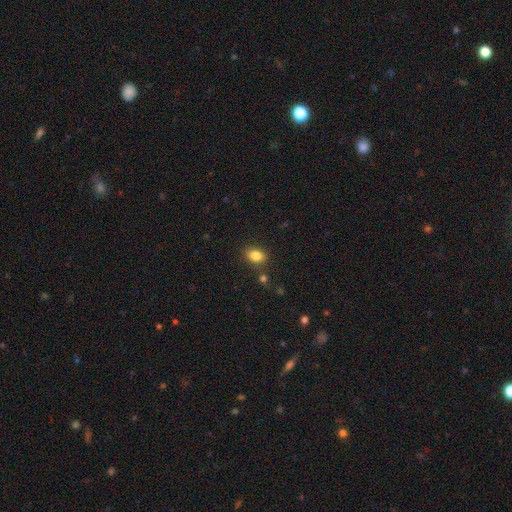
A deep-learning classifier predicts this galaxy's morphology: A smooth galaxy with no disk features (84%) that is in between round and cigar-shaped (73%).

Vote fractions:
- Smooth or featured? smooth: 84% / star or artifact: 10% / featured or disk: 6%
- How rounded? in between: 73% / round: 26% / cigar-shaped: 1%
- Merging? none: 81% / minor disturbance: 11% / merger: 5% / major disturbance: 3%